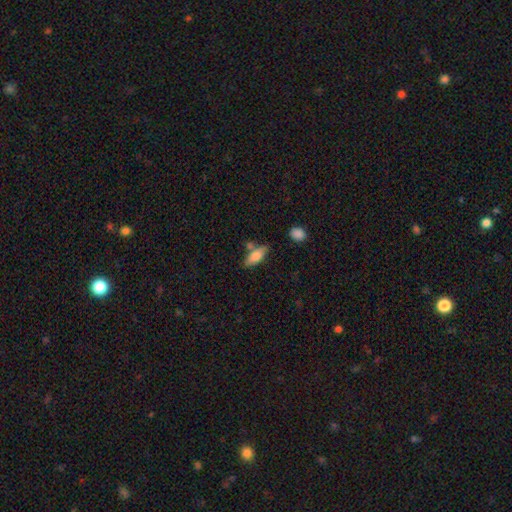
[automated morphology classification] A smooth galaxy with no disk features (78%) that is in between round and cigar-shaped (72%).

Vote fractions:
- Smooth or featured? smooth: 78% / featured or disk: 15% / star or artifact: 7%
- How rounded? in between: 72% / cigar-shaped: 25% / round: 3%
- Merging? none: 64% / minor disturbance: 18% / merger: 14% / major disturbance: 5%